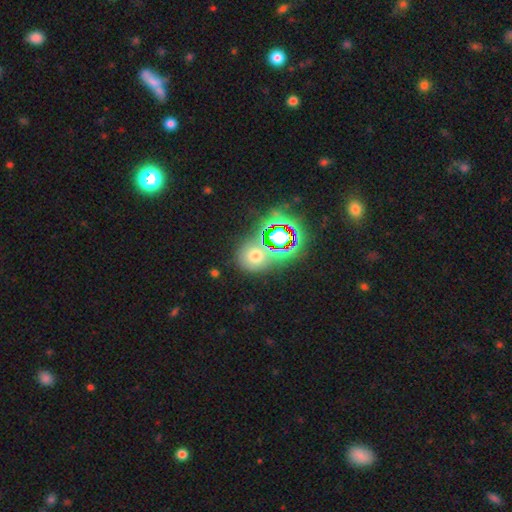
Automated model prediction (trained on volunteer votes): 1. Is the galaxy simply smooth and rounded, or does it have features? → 53% smooth, 35% star or artifact, 12% featured or disk.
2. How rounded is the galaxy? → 80% round, 19% in between, 1% cigar-shaped.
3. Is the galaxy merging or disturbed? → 67% none, 14% merger, 12% minor disturbance, 6% major disturbance.